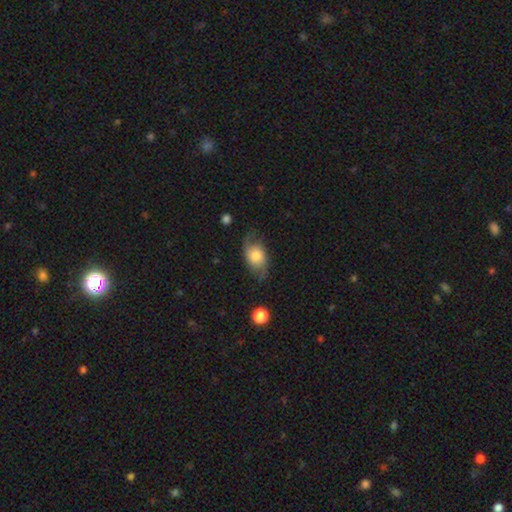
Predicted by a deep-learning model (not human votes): A smooth galaxy with no disk features (51%) that is in between round and cigar-shaped (78%). Merging: none (61%).